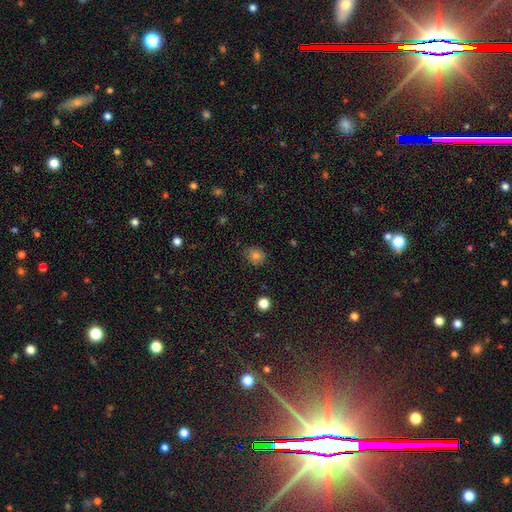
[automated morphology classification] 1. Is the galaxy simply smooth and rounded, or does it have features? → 76% smooth, 12% star or artifact, 12% featured or disk.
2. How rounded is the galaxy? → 71% round, 28% in between, 1% cigar-shaped.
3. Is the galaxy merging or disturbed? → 74% none, 21% minor disturbance, 4% major disturbance, 1% merger.